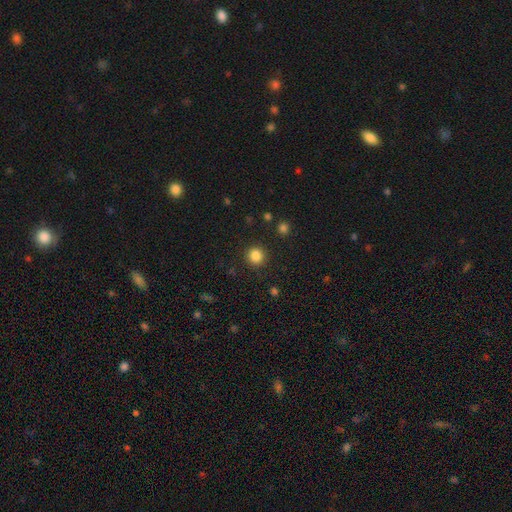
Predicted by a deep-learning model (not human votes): Smooth or featured?
  - smooth: 85% *
  - star or artifact: 11%
  - featured or disk: 4%
How rounded?
  - round: 91% *
  - in between: 8%
  - cigar-shaped: 1%
Merging?
  - none: 90% *
  - minor disturbance: 6%
  - major disturbance: 2%
  - merger: 1%